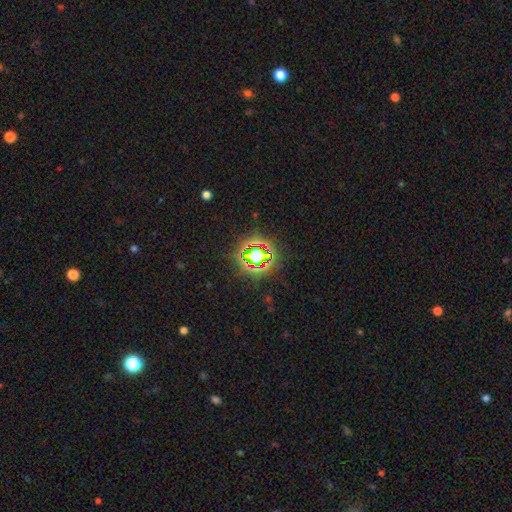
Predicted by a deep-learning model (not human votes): star or artifact 71%, smooth 17%, featured or disk 11%.